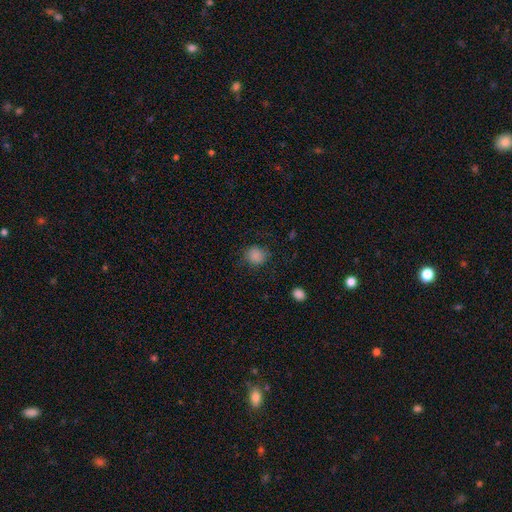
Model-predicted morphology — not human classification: Q: Smooth or featured?
A: smooth (86%); runner-up: star or artifact (10%)
Q: How rounded?
A: round (84%); runner-up: in between (16%)
Q: Merging?
A: none (79%); runner-up: minor disturbance (14%)